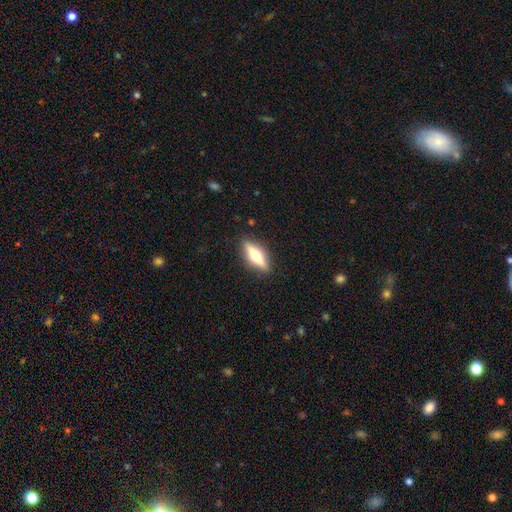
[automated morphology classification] A featured or disk galaxy (56%) viewed edge-on (93%) with a rounded central bulge (94%). Merging: none (89%).